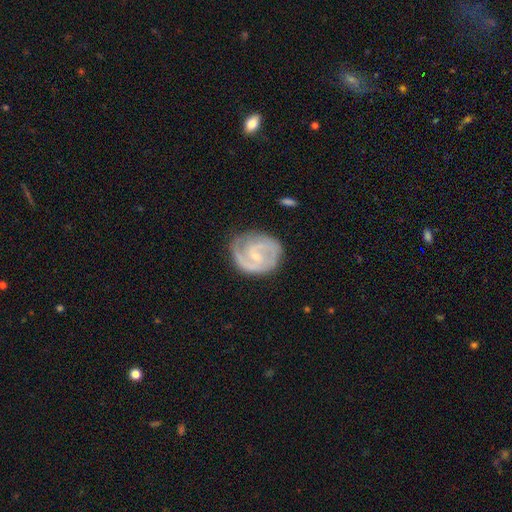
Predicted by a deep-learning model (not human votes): Smooth or featured? Predicted: featured or disk (p=0.85). Edge-on disk? Predicted: no (p=0.98). Bar? Predicted: weak (p=0.48). Spiral arms? Predicted: yes (p=0.95). Spiral winding? Predicted: medium (p=0.45). Spiral arm count? Predicted: 2 (p=0.73). Bulge size? Predicted: small (p=0.73). Merging? Predicted: none (p=0.72).